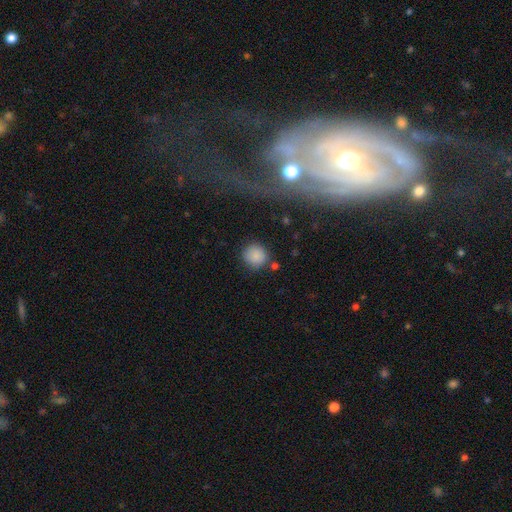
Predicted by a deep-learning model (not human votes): Smooth or featured? smooth (85%)
How rounded? round (91%)
Merging? none (78%)